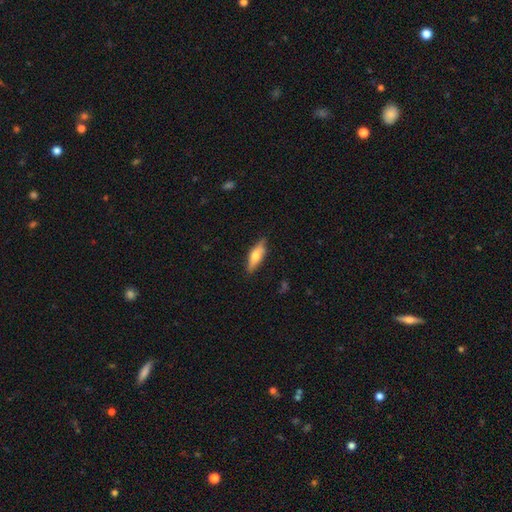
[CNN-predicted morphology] smooth-or-featured: smooth: 55% | featured or disk: 39% | star or artifact: 6%
  how-rounded: in between: 50% | cigar-shaped: 48% | round: 3%
  merging: none: 78% | minor disturbance: 17% | major disturbance: 3% | merger: 2%